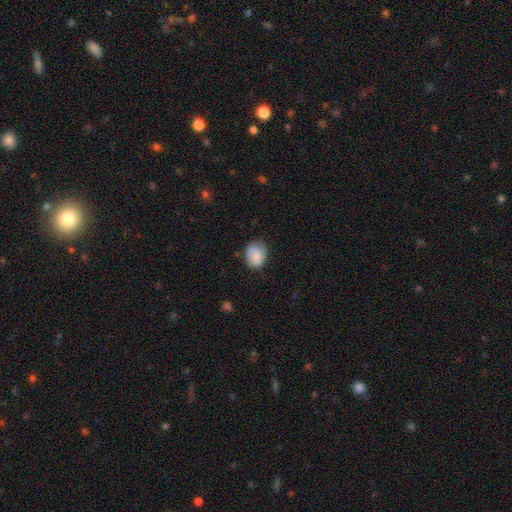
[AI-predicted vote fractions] Smooth or featured: smooth — 80% (featured or disk — 13%)
How rounded: in between — 52% (round — 48%)
Merging: none — 66% (minor disturbance — 27%)